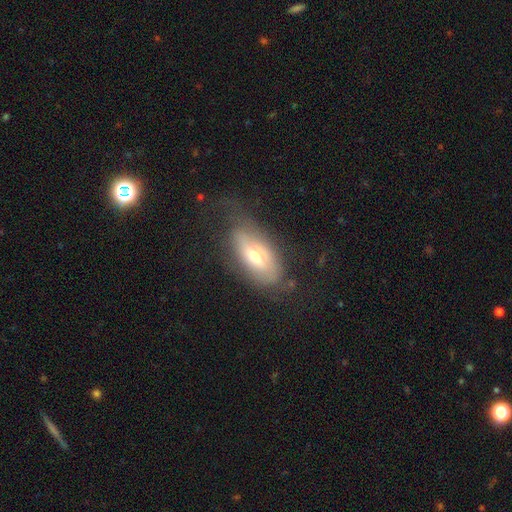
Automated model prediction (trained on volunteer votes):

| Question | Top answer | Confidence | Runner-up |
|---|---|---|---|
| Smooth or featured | smooth | 51% | featured or disk (41%) |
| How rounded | in between | 87% | cigar-shaped (9%) |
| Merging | none | 51% | minor disturbance (29%) |